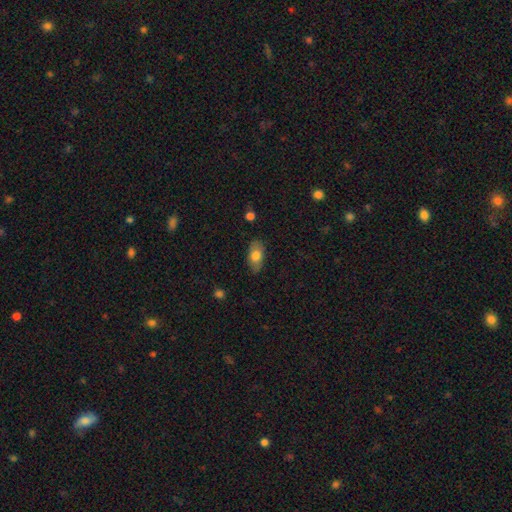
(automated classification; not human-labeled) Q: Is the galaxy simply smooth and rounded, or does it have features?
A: smooth — 74%.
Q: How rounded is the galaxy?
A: in between — 91%.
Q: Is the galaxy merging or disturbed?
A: none — 82%.